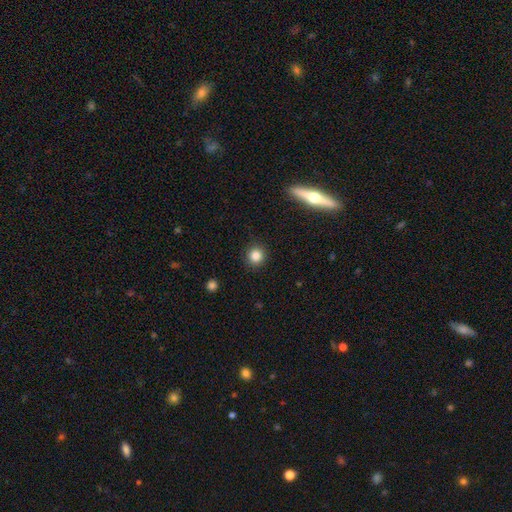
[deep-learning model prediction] Overall: smooth (84%). How rounded: round (93%). Merging: none (91%).